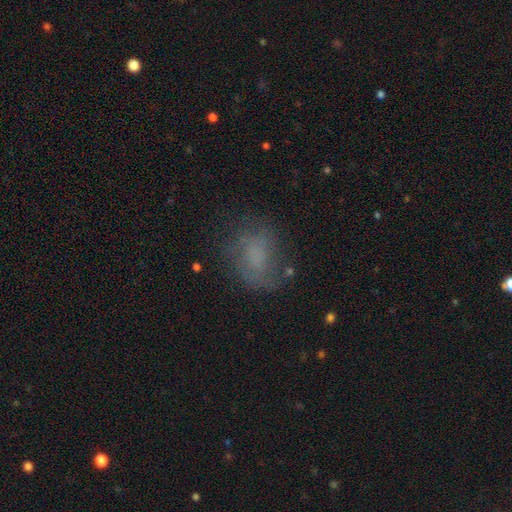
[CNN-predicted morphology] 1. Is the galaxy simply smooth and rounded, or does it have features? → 49% smooth, 34% featured or disk, 17% star or artifact.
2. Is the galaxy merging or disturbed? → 60% none, 22% minor disturbance, 16% major disturbance, 2% merger.